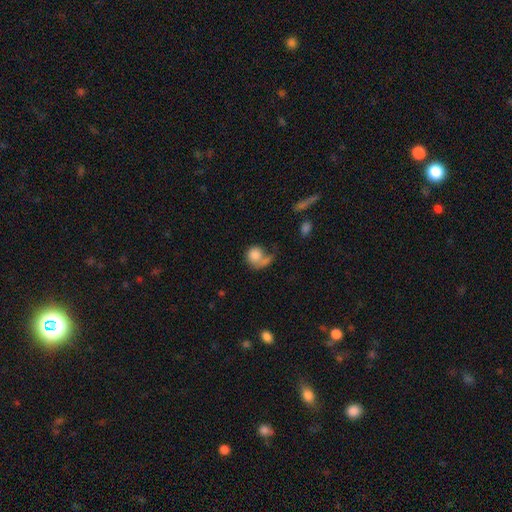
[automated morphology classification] A smooth galaxy with no disk features (74%) that is round (76%). Merging: none (30%).